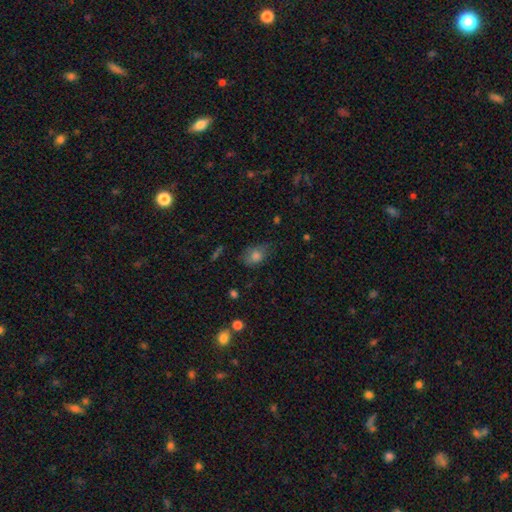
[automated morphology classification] A smooth galaxy with no disk features (77%) that is in between round and cigar-shaped (74%). Merging: none (58%).